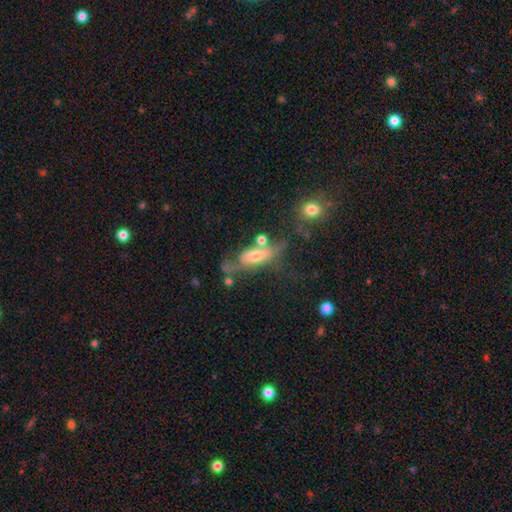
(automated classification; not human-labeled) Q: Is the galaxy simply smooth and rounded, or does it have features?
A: featured or disk — 51%.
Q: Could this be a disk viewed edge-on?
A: yes — 51%.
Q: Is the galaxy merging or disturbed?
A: none — 40%.